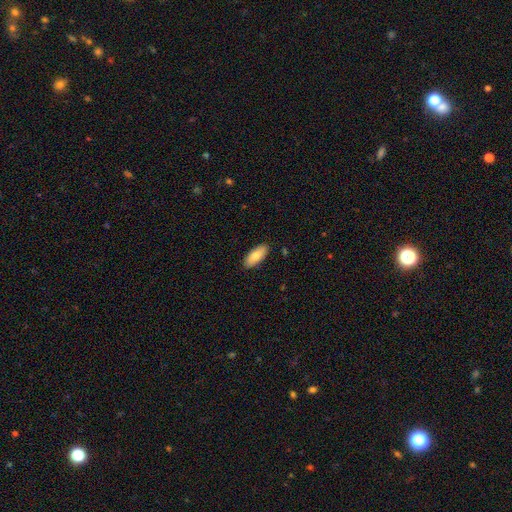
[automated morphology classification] Smooth or featured?
  - smooth: 82% *
  - featured or disk: 12%
  - star or artifact: 6%
How rounded?
  - in between: 82% *
  - cigar-shaped: 16%
  - round: 2%
Merging?
  - none: 88% *
  - minor disturbance: 9%
  - major disturbance: 2%
  - merger: 1%